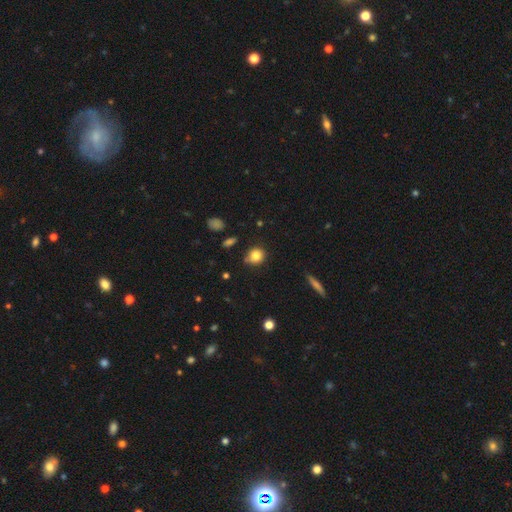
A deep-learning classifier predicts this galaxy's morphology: Smooth or featured: smooth — 82% (star or artifact — 11%)
How rounded: round — 80% (in between — 19%)
Merging: none — 74% (minor disturbance — 17%)